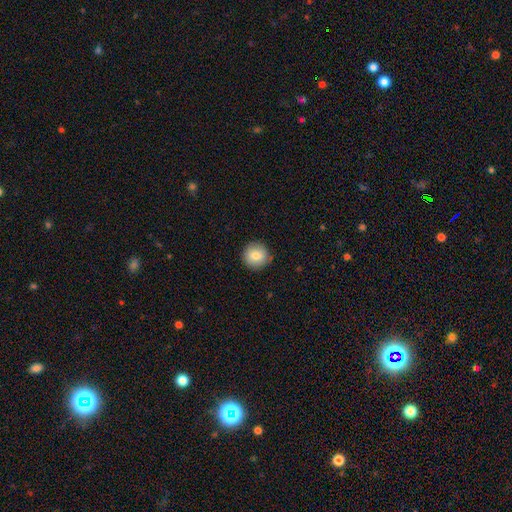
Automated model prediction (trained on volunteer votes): Smooth or featured? Predicted: smooth (p=0.81). How rounded? Predicted: round (p=0.94). Merging? Predicted: none (p=0.87).